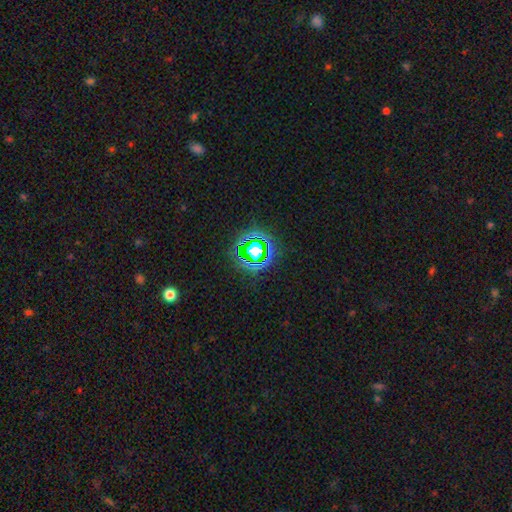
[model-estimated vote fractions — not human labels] smooth-or-featured: star or artifact: 65% | smooth: 23% | featured or disk: 12%